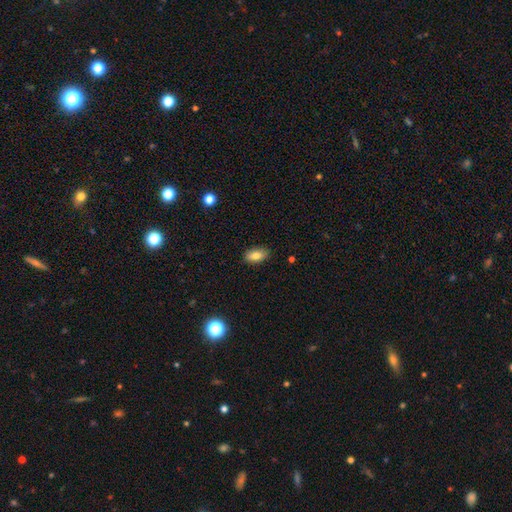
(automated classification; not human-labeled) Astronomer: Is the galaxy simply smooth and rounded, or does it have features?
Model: smooth — 79%.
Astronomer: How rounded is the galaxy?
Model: in between — 89%.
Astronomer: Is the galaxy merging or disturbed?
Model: none — 87%.